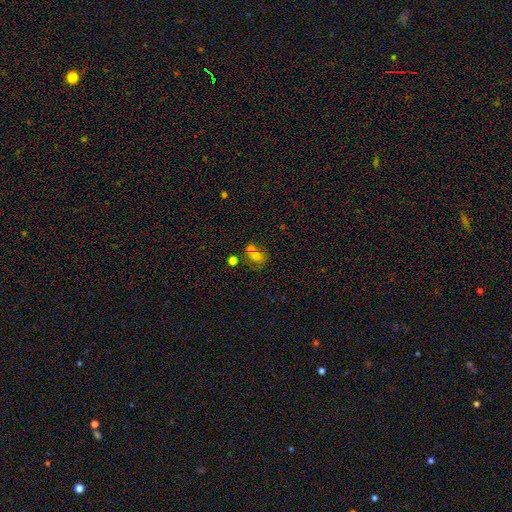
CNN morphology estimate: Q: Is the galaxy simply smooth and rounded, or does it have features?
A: smooth — 67%.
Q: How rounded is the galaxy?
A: round — 61%.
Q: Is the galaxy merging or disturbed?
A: merger — 42%.